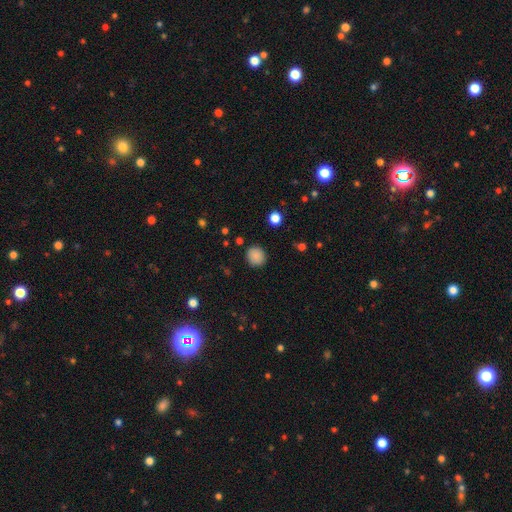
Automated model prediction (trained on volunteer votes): This is clearly a smooth galaxy (86%). How rounded: clearly round (87%). Merging: clearly none (88%).